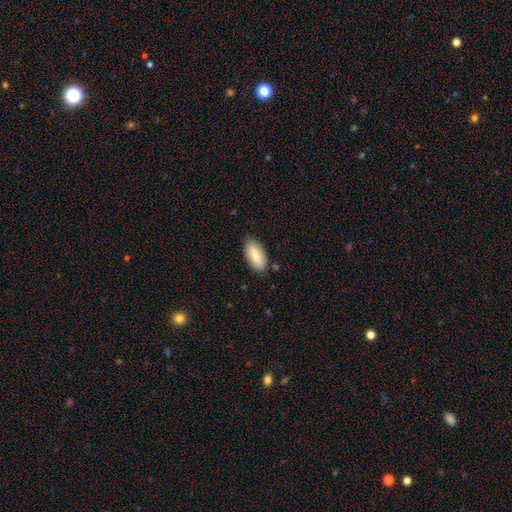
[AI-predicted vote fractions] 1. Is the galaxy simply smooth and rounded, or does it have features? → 79% smooth, 15% featured or disk, 6% star or artifact.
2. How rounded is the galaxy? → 89% in between, 9% cigar-shaped, 2% round.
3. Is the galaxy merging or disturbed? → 84% none, 12% minor disturbance, 2% major disturbance, 2% merger.